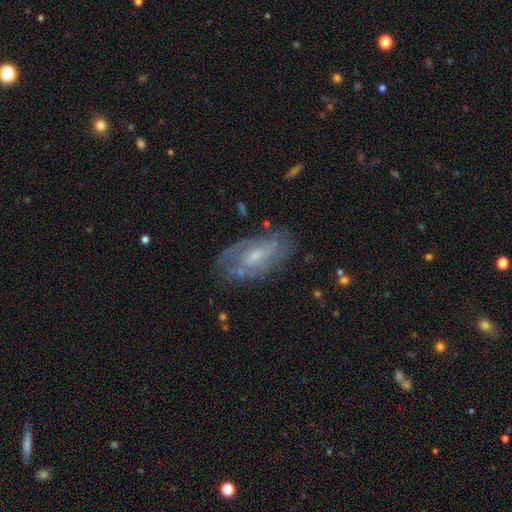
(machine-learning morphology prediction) The model was most divided on "bar": weak: 46%, no: 43%, strong: 11%. More confident: edge-on disk — no (91%); spiral arms — yes (73%); smooth or featured — featured or disk (67%); merging — none (66%); bulge size — small (54%).